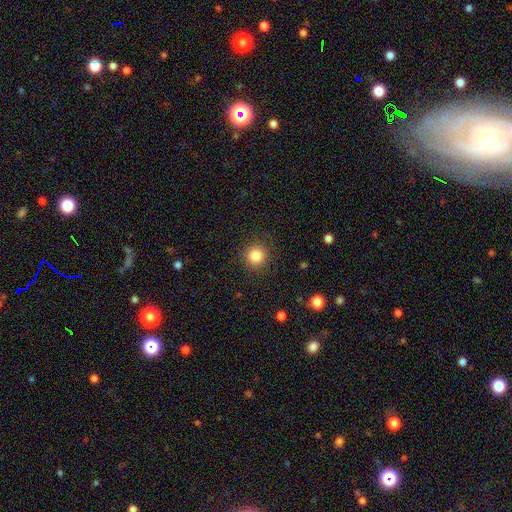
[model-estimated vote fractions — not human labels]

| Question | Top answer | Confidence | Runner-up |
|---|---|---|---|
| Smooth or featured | smooth | 83% | star or artifact (11%) |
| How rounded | round | 95% | in between (5%) |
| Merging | none | 91% | minor disturbance (6%) |